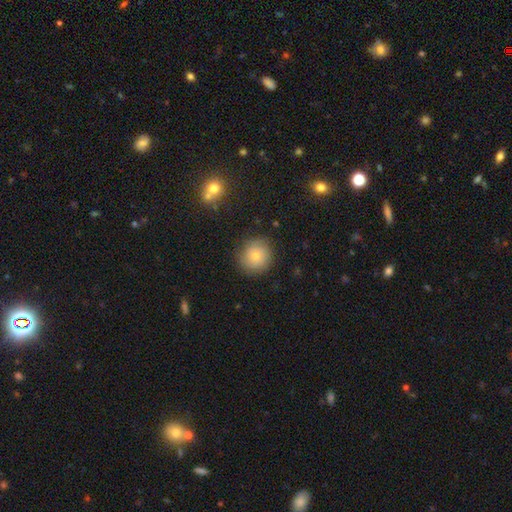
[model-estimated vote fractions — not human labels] Q: Smooth or featured?
A: smooth (72%); runner-up: featured or disk (18%)
Q: How rounded?
A: round (89%); runner-up: in between (10%)
Q: Merging?
A: none (82%); runner-up: minor disturbance (13%)